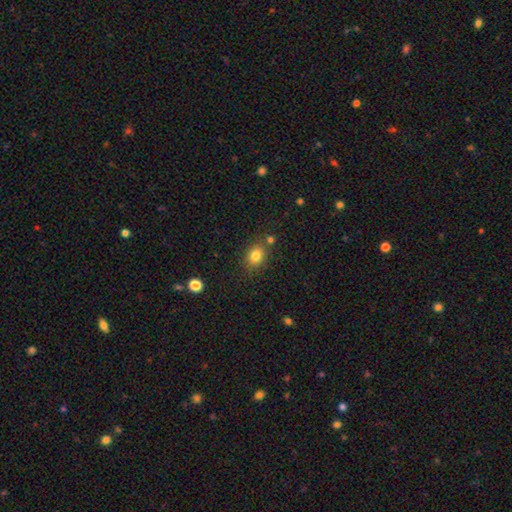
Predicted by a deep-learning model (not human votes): Q: Smooth or featured?
A: smooth (81%); runner-up: star or artifact (11%)
Q: How rounded?
A: in between (57%); runner-up: round (42%)
Q: Merging?
A: none (77%); runner-up: minor disturbance (12%)